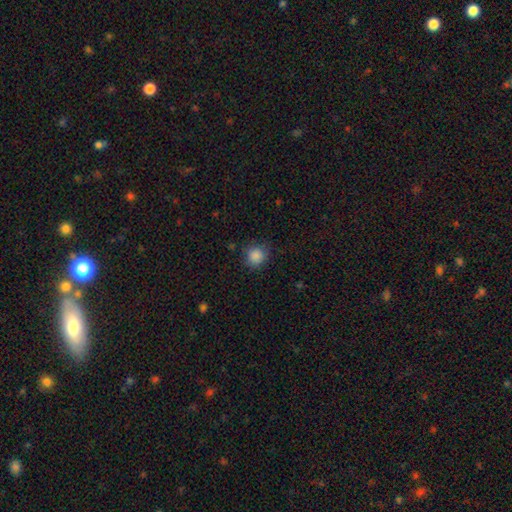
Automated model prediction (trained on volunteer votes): The model was most divided on "merging": none: 81%, minor disturbance: 14%, major disturbance: 4%, merger: 1%. More confident: smooth or featured — smooth (87%); how rounded — round (86%).